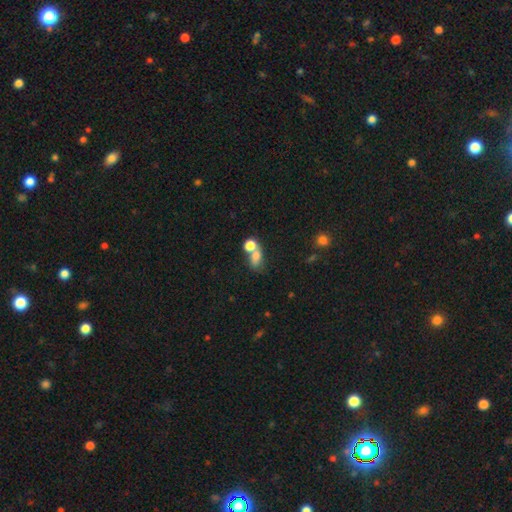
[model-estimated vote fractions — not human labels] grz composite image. It shows a smooth galaxy with no disk features (72%) that is in between round and cigar-shaped (63%). Merging: merger (57%).